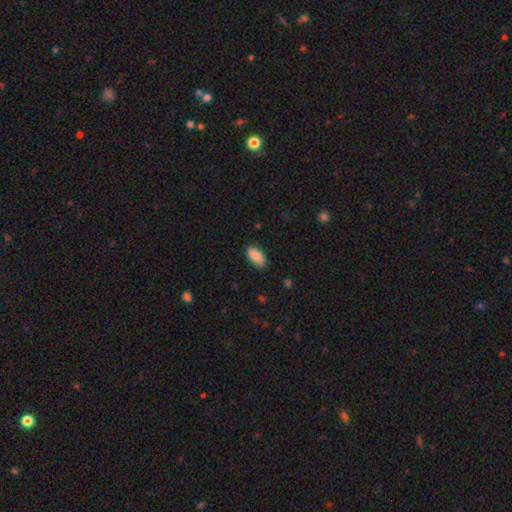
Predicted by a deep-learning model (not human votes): Smooth or featured? Predicted: smooth (p=0.86). How rounded? Predicted: in between (p=0.94). Merging? Predicted: none (p=0.82).